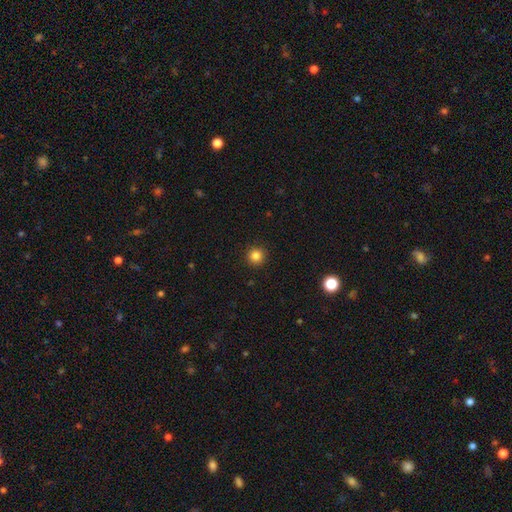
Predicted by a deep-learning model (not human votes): smooth_or_featured: smooth (p=0.84) [alt: star or artifact p=0.12]
how_rounded: round (p=0.95) [alt: in between p=0.04]
merging: none (p=0.92) [alt: minor disturbance p=0.05]